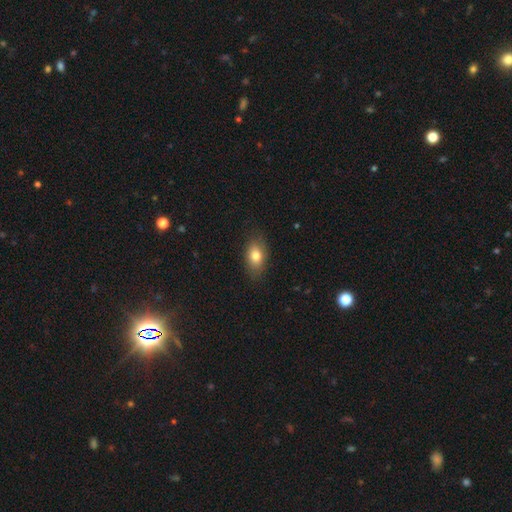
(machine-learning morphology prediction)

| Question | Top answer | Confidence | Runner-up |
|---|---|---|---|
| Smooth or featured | smooth | 79% | featured or disk (12%) |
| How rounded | in between | 85% | round (12%) |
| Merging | none | 82% | minor disturbance (13%) |